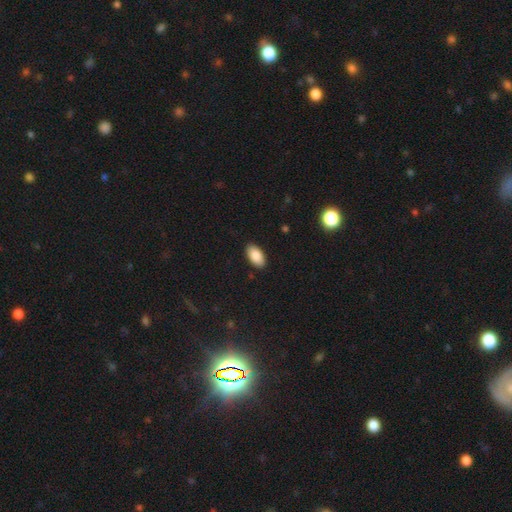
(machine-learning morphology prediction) A smooth galaxy with no disk features (88%) that is in between round and cigar-shaped (95%). Merging: none (89%).